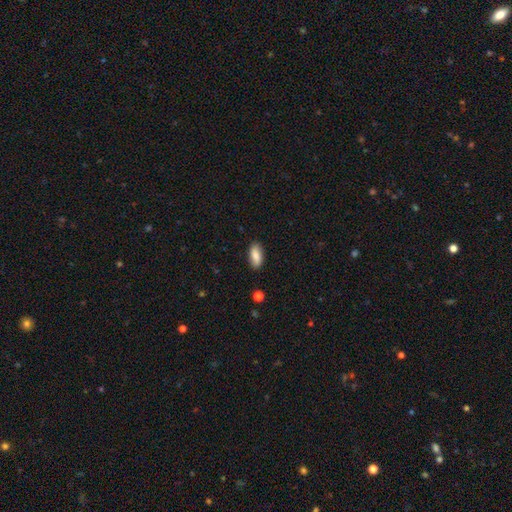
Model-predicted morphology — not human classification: Smooth or featured?
  - smooth: 86% *
  - featured or disk: 8%
  - star or artifact: 7%
How rounded?
  - in between: 87% *
  - cigar-shaped: 11%
  - round: 2%
Merging?
  - none: 87% *
  - minor disturbance: 10%
  - major disturbance: 2%
  - merger: 1%